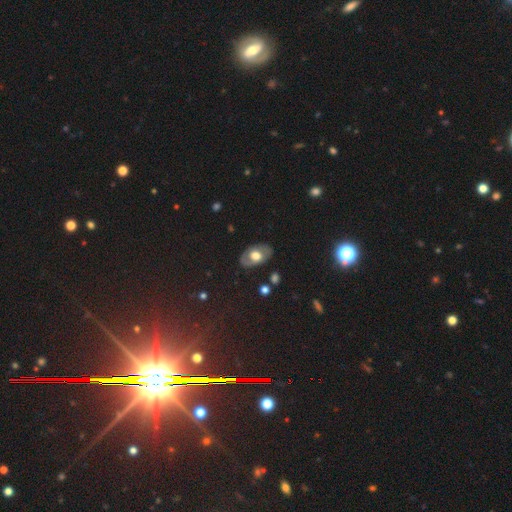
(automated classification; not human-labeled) Q: Smooth or featured?
A: featured or disk (47%); runner-up: smooth (46%)
Q: Merging?
A: none (80%); runner-up: minor disturbance (14%)